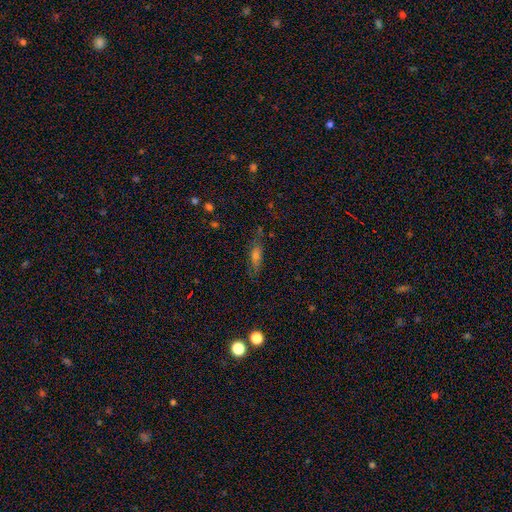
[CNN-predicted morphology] Smooth or featured: smooth — 51% (featured or disk — 32%)
How rounded: cigar-shaped — 54% (in between — 41%)
Merging: none — 74% (minor disturbance — 17%)